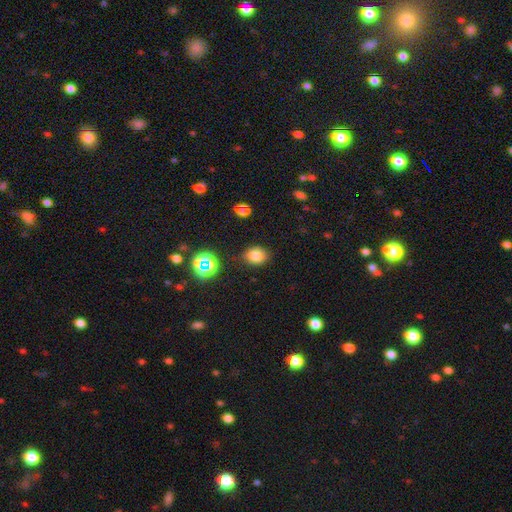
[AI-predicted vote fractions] This is likely a smooth galaxy (78%). How rounded: possibly round (51%). Merging: clearly none (82%).